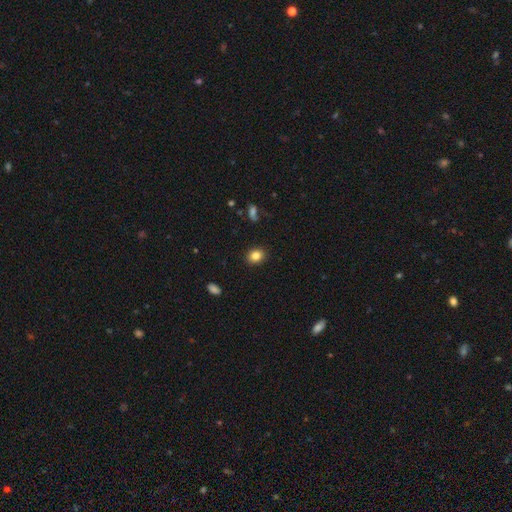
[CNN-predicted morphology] A smooth galaxy with no disk features (84%) that is round (53%). Merging: none (89%).